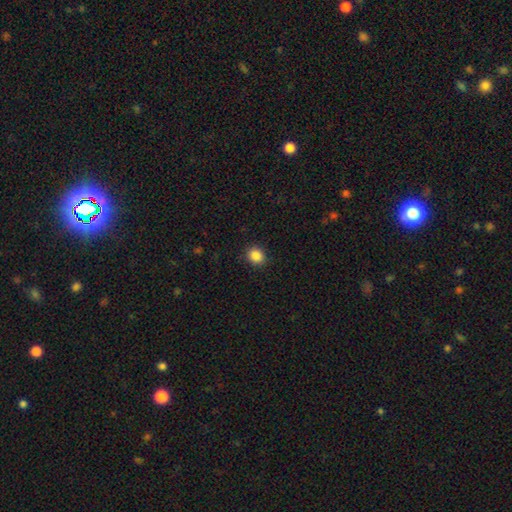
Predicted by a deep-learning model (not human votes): Overall: smooth (87%). How rounded: round (73%). Merging: none (89%).